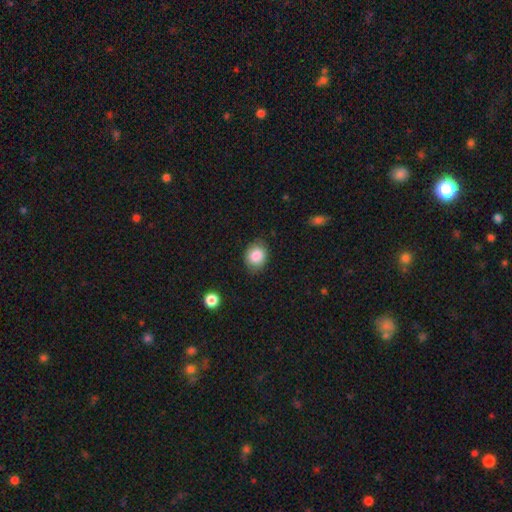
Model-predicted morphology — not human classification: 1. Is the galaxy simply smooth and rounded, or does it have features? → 86% smooth, 8% star or artifact, 6% featured or disk.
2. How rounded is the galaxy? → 59% round, 40% in between, 1% cigar-shaped.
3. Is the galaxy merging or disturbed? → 80% none, 15% minor disturbance, 3% major disturbance, 1% merger.